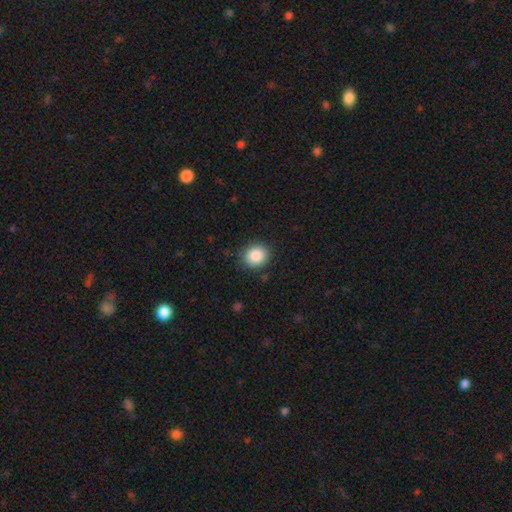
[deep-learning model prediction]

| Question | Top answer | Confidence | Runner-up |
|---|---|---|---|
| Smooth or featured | smooth | 86% | star or artifact (9%) |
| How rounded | round | 75% | in between (24%) |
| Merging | none | 86% | minor disturbance (10%) |